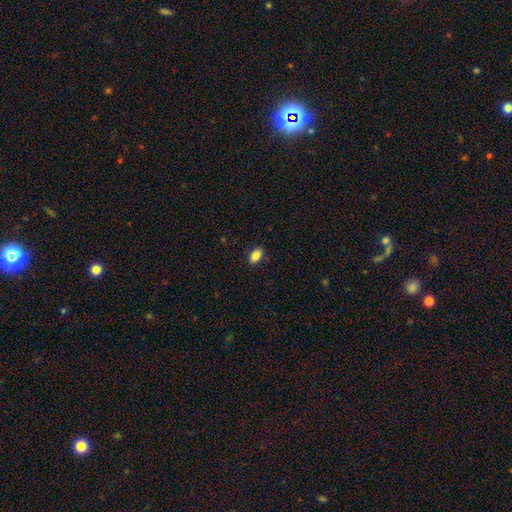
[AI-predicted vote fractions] Smooth or featured? smooth (86%)
How rounded? in between (90%)
Merging? none (88%)